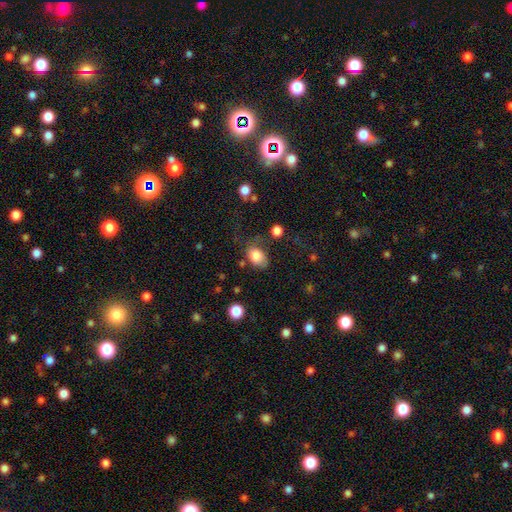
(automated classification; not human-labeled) Smooth or featured?
  - smooth: 81% *
  - featured or disk: 10%
  - star or artifact: 8%
How rounded?
  - in between: 80% *
  - round: 19%
  - cigar-shaped: 1%
Merging?
  - none: 49% *
  - minor disturbance: 29%
  - major disturbance: 17%
  - merger: 5%